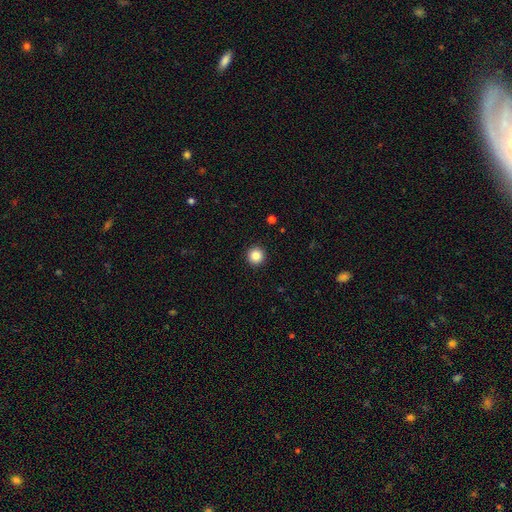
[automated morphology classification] A smooth galaxy with no disk features (86%) that is round (96%). Merging: none (93%).